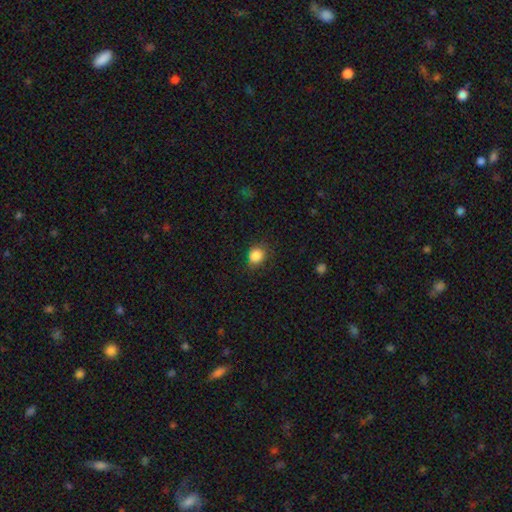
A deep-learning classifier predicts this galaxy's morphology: This appears to be a smooth galaxy with no disk features (86%) that is round (76%). Merging: none (77%).